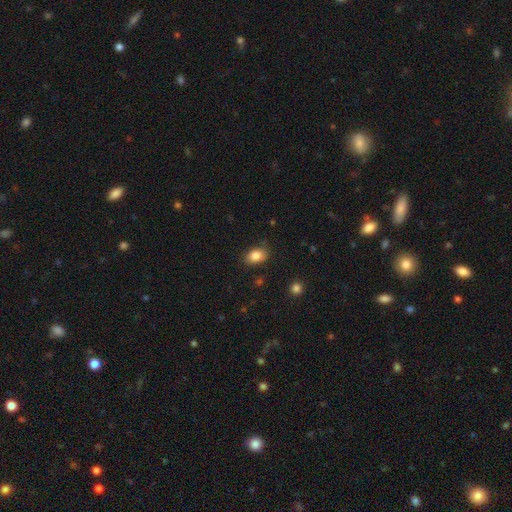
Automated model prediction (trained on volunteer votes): Smooth or featured? smooth (85%)
How rounded? in between (82%)
Merging? none (82%)